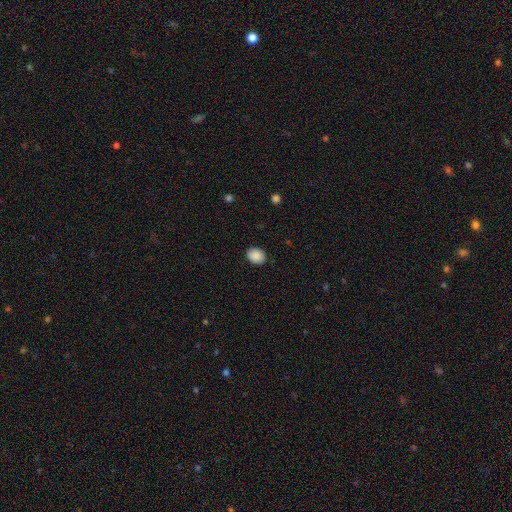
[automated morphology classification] smooth_or_featured: smooth (p=0.89) [alt: star or artifact p=0.08]
how_rounded: round (p=0.50) [tied with: in between p=0.50]
merging: none (p=0.89) [alt: minor disturbance p=0.08]